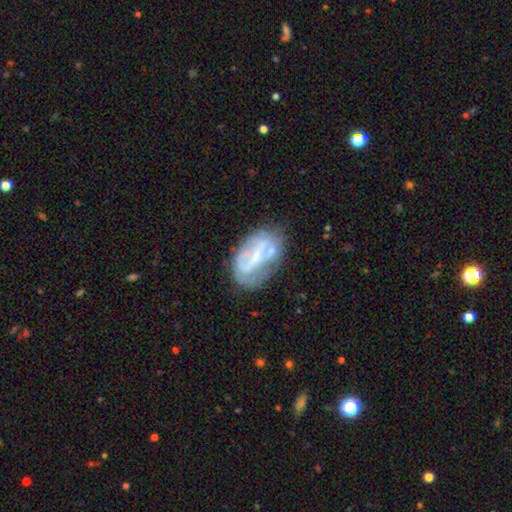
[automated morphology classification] Smooth or featured: featured or disk — 61% (smooth — 30%)
Edge-on disk: no — 95% (yes — 5%)
Bar: no — 38% (weak — 32%)
Spiral arms: no — 59% (yes — 41%)
Bulge size: small — 40% (none — 37%)
Merging: none — 49% (minor disturbance — 27%)